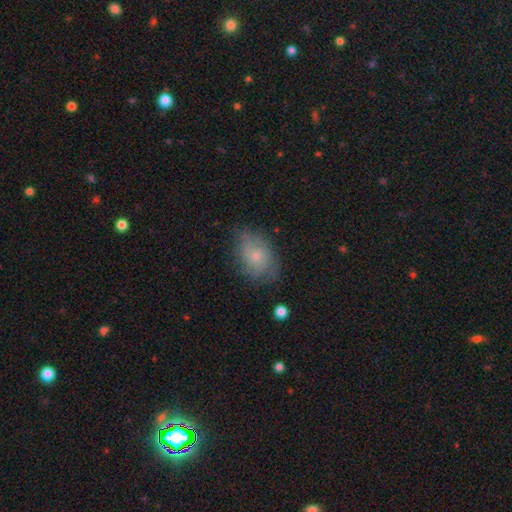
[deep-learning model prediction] smooth_or_featured: smooth (p=0.59) [alt: featured or disk p=0.32]
how_rounded: in between (p=0.81) [alt: round p=0.17]
merging: none (p=0.70) [alt: minor disturbance p=0.22]